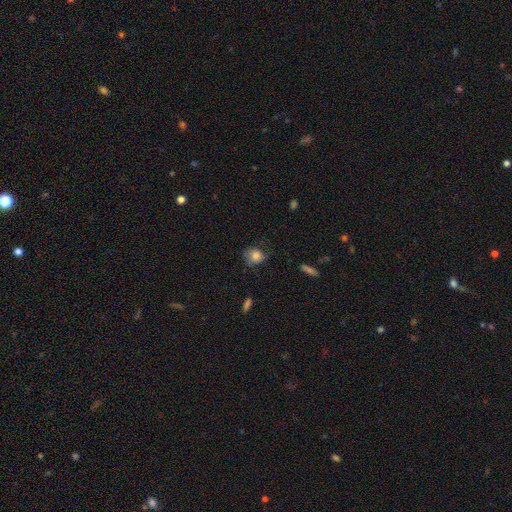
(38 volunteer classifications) Volunteers were most divided on "how rounded": round: 64%, in between: 36%, cigar-shaped: 0%. More confident: smooth or featured — smooth (87%); merging — none (61%).